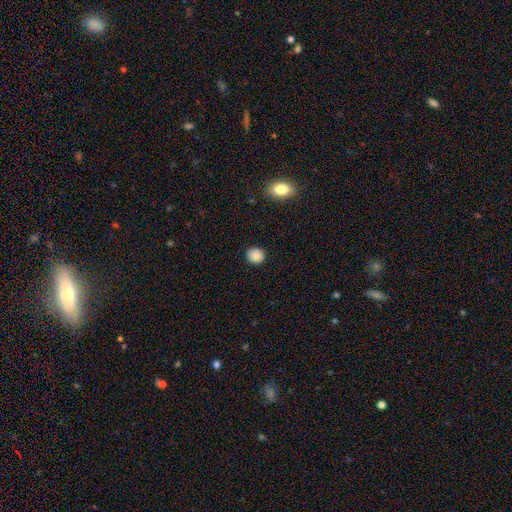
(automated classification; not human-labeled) This is clearly a smooth galaxy (88%). How rounded: clearly round (84%). Merging: clearly none (87%).